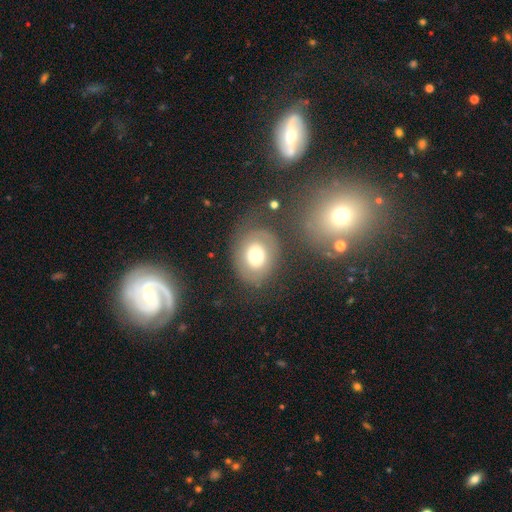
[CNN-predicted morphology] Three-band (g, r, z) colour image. It shows a smooth galaxy with no disk features (58%) that is round (52%). Merging: none (68%).